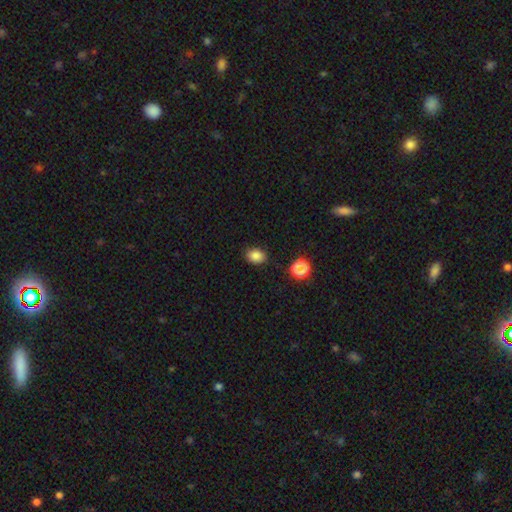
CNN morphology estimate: smooth_or_featured: smooth (p=0.84) [alt: star or artifact p=0.11]
how_rounded: in between (p=0.63) [alt: round p=0.36]
merging: none (p=0.84) [alt: minor disturbance p=0.11]